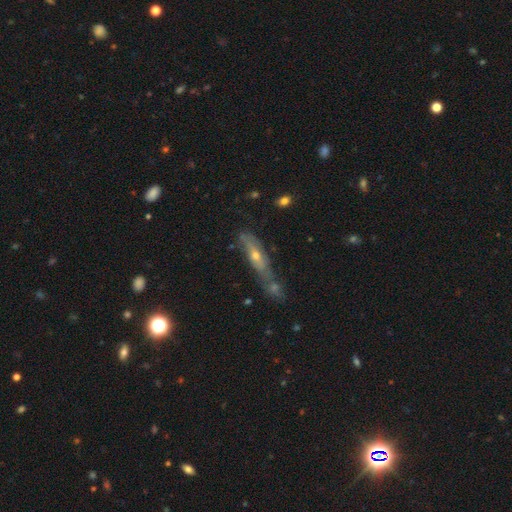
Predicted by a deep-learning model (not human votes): Smooth or featured?
  - featured or disk: 55% *
  - smooth: 35%
  - star or artifact: 10%
Edge-on disk?
  - yes: 55% *
  - no: 45%
Merging?
  - none: 43% *
  - merger: 26%
  - minor disturbance: 21%
  - major disturbance: 10%